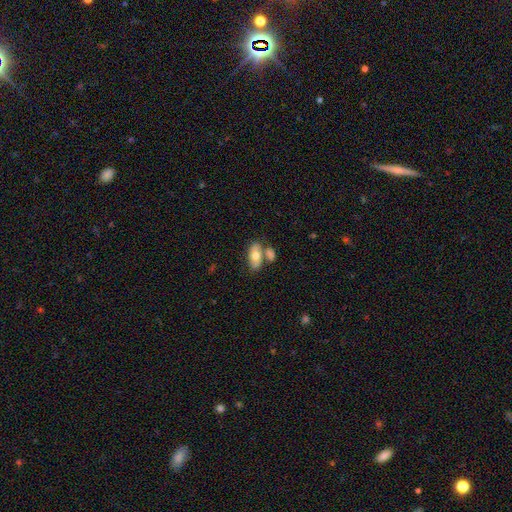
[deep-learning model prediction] Smooth or featured: smooth — 68% (featured or disk — 26%)
How rounded: in between — 90% (round — 5%)
Merging: none — 54% (merger — 29%)